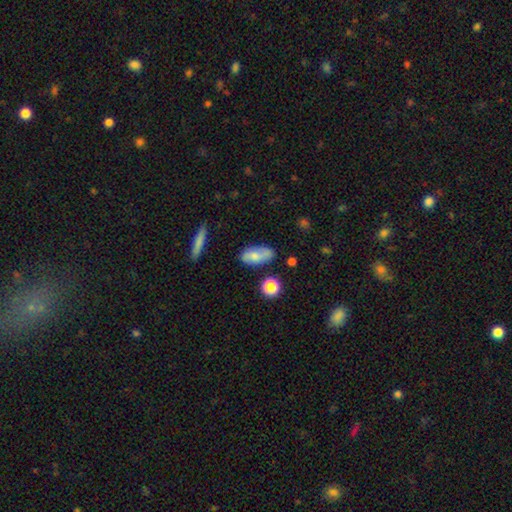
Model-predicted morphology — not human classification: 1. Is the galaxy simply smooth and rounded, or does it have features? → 68% smooth, 24% featured or disk, 8% star or artifact.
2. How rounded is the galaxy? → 86% in between, 9% cigar-shaped, 5% round.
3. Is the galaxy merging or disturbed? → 68% none, 21% minor disturbance, 5% merger, 5% major disturbance.